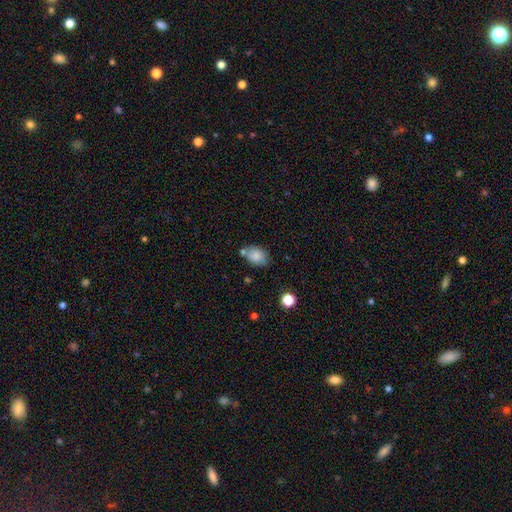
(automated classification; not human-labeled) smooth_or_featured: smooth (p=0.78) [alt: featured or disk p=0.13]
how_rounded: in between (p=0.71) [alt: round p=0.28]
merging: none (p=0.56) [alt: minor disturbance p=0.22]